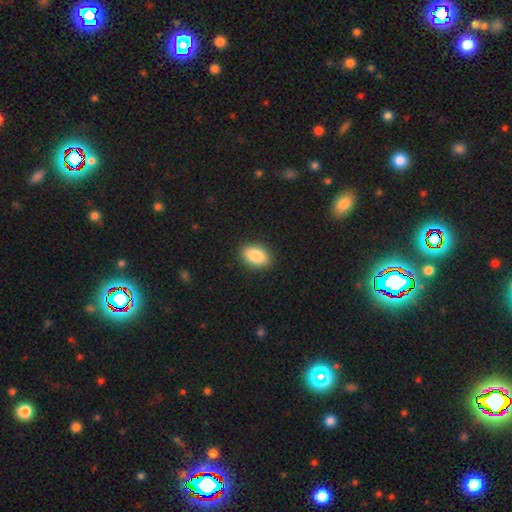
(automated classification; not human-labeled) Smooth or featured: smooth — 88% (star or artifact — 7%)
How rounded: in between — 87% (round — 12%)
Merging: none — 89% (minor disturbance — 8%)